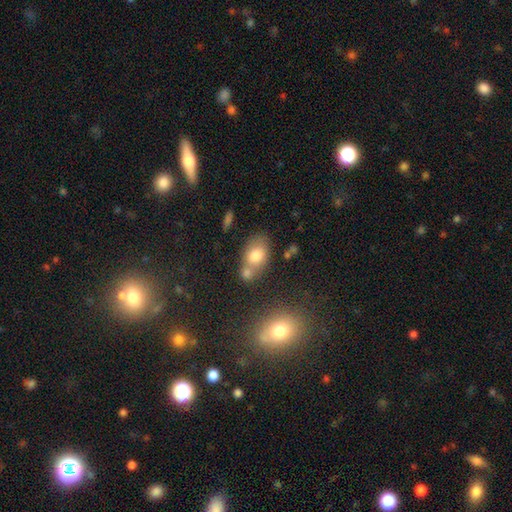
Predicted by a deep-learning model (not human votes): Morphology: type=smooth (75%); roundness=in between (79%); merging=none (46%).